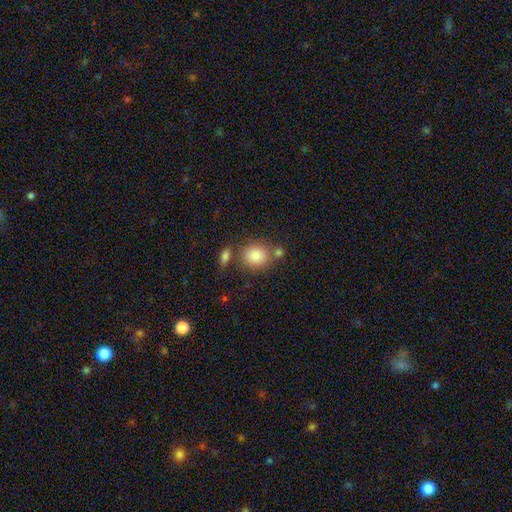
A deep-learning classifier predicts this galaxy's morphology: This appears to be a smooth galaxy with no disk features (82%) that is round (71%). Merging: none (67%).